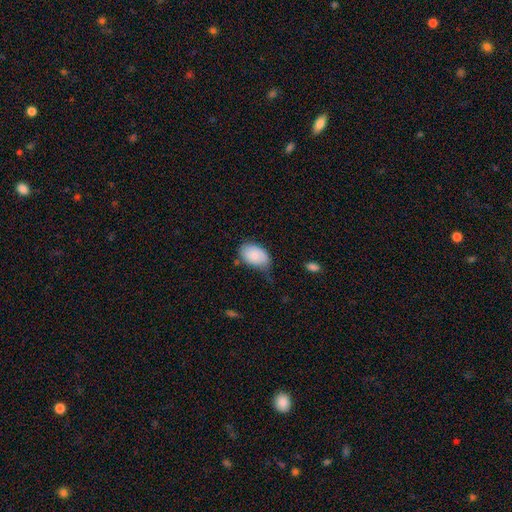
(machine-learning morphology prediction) Smooth or featured: smooth — 82% (featured or disk — 12%)
How rounded: in between — 89% (round — 10%)
Merging: none — 45% (minor disturbance — 38%)